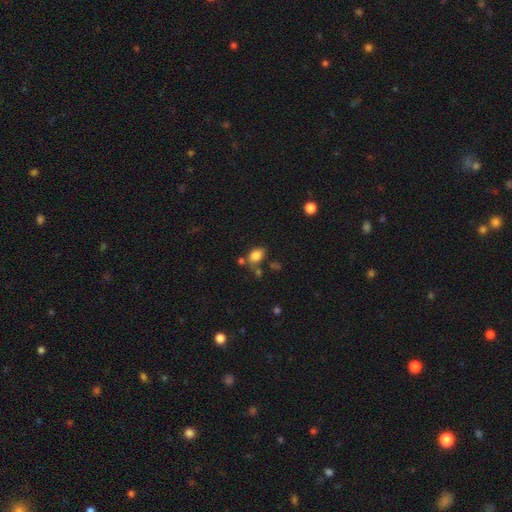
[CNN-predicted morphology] Q: Smooth or featured?
A: smooth (82%); runner-up: star or artifact (11%)
Q: How rounded?
A: in between (73%); runner-up: round (25%)
Q: Merging?
A: none (62%); runner-up: minor disturbance (18%)